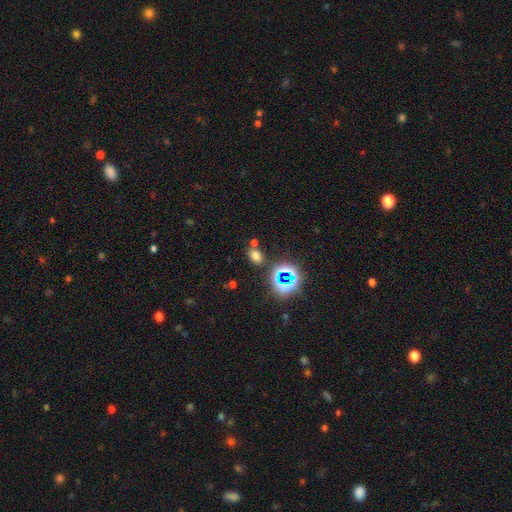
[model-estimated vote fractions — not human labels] Smooth or featured? Predicted: smooth (p=0.62). How rounded? Predicted: in between (p=0.75). Merging? Predicted: none (p=0.71).